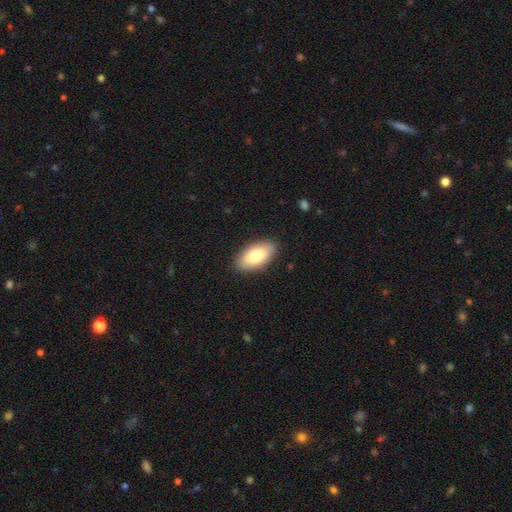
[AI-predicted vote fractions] Smooth or featured? Predicted: smooth (p=0.78). How rounded? Predicted: in between (p=0.93). Merging? Predicted: none (p=0.88).